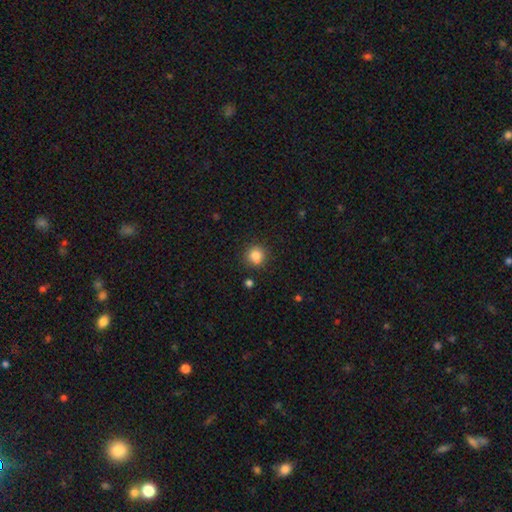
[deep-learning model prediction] Overall: smooth (83%). How rounded: round (90%). Merging: none (83%).